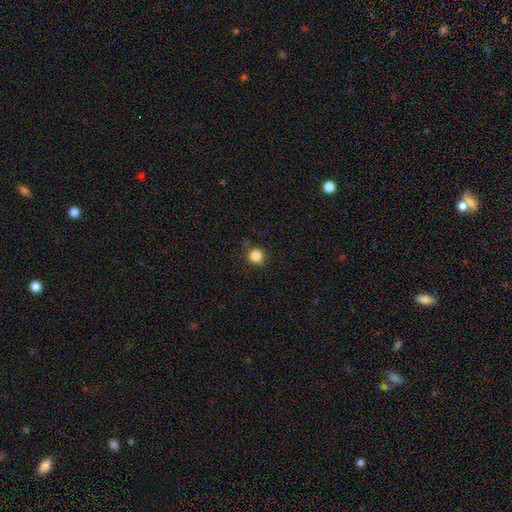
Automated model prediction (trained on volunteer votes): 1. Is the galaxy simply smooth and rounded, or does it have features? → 84% smooth, 12% star or artifact, 4% featured or disk.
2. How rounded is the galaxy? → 93% round, 6% in between, 1% cigar-shaped.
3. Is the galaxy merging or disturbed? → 83% none, 11% minor disturbance, 3% major disturbance, 3% merger.